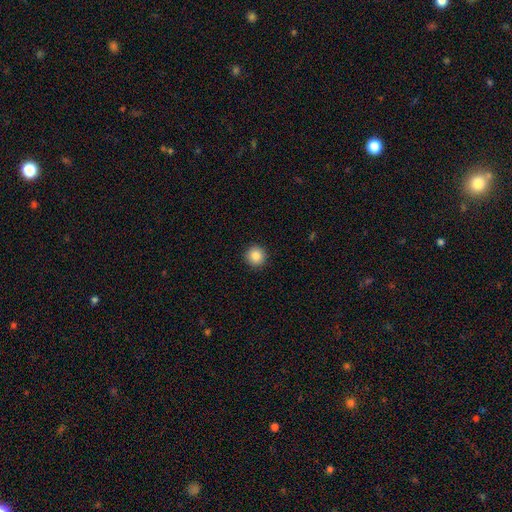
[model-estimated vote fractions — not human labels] smooth_or_featured: smooth (p=0.86) [alt: star or artifact p=0.10]
how_rounded: round (p=0.94) [alt: in between p=0.05]
merging: none (p=0.92) [alt: minor disturbance p=0.05]